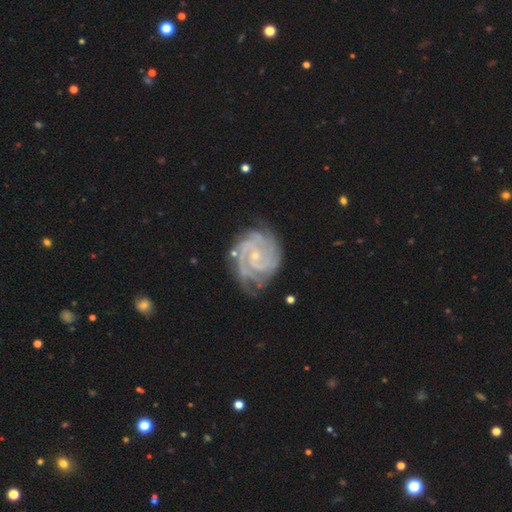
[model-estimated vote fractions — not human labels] smooth_or_featured: featured or disk (p=0.91) [alt: star or artifact p=0.05]
disk_edge_on: no (p=0.98) [alt: yes p=0.02]
bar: no (p=0.64) [alt: weak p=0.28]
has_spiral_arms: yes (p=0.98) [alt: no p=0.02]
spiral_winding: tight (p=0.73) [alt: medium p=0.24]
spiral_arm_count: 2 (p=0.34) [alt: 3 p=0.26]
bulge_size: small (p=0.80) [alt: moderate p=0.16]
merging: none (p=0.70) [alt: minor disturbance p=0.21]